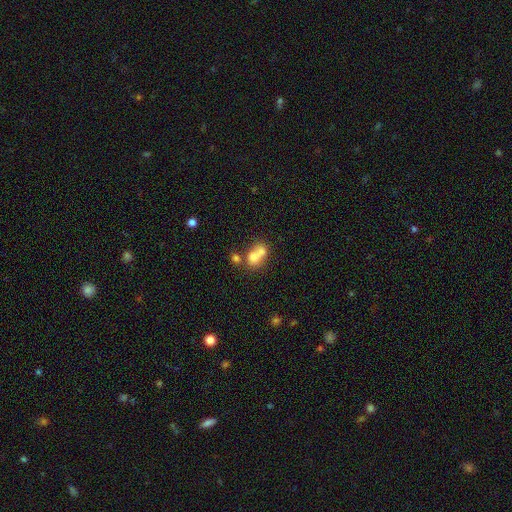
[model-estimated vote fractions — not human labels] Q: Smooth or featured?
A: smooth (67%); runner-up: featured or disk (22%)
Q: How rounded?
A: in between (53%); runner-up: round (45%)
Q: Merging?
A: merger (65%); runner-up: none (22%)